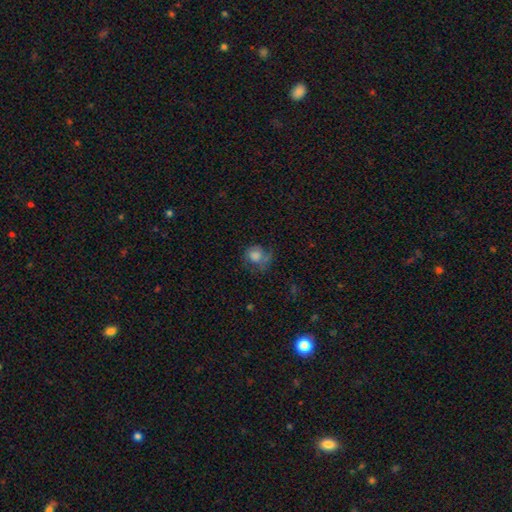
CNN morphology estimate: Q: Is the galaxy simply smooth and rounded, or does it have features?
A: smooth — 61%.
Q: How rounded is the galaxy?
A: round — 72%.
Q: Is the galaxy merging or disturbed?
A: none — 42%.